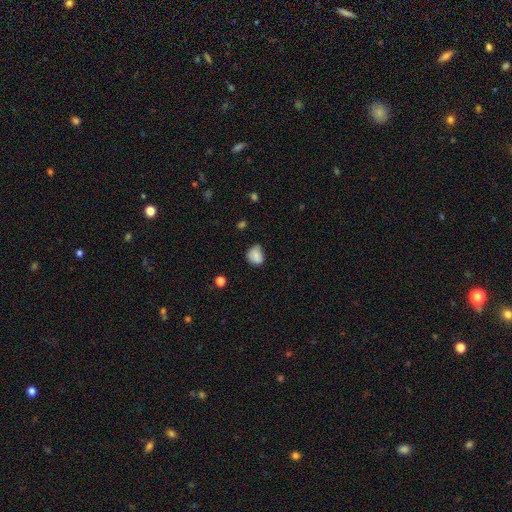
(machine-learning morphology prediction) type=smooth (81%); roundness=round (59%); merging=none (56%).